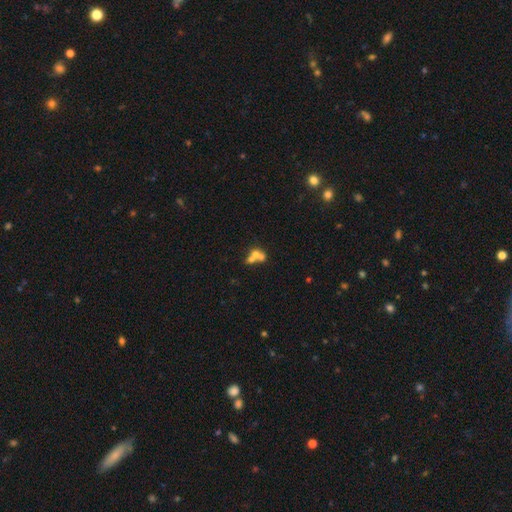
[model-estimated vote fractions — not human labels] This appears to be a smooth galaxy with no disk features (56%) that is round (61%). Merging: merger (64%).